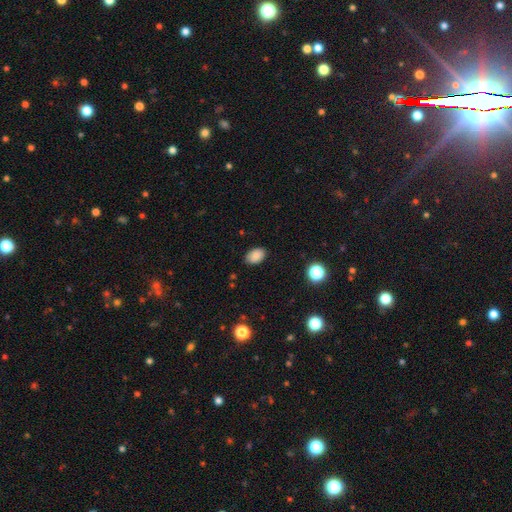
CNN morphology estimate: This appears to be a smooth galaxy with no disk features (87%) that is in between round and cigar-shaped (87%). Merging: none (85%).